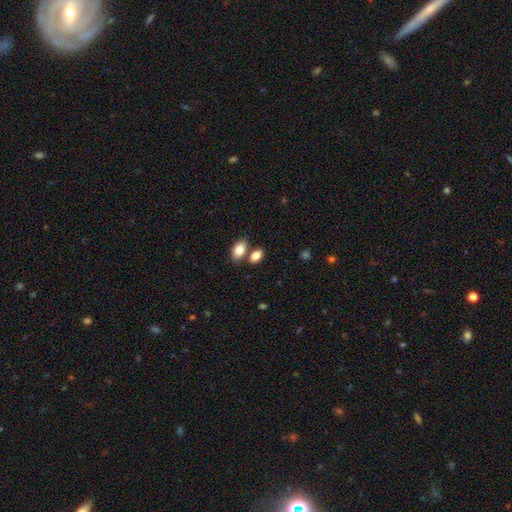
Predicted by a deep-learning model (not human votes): A smooth galaxy with no disk features (83%) that is in between round and cigar-shaped (89%). Merging: none (58%).